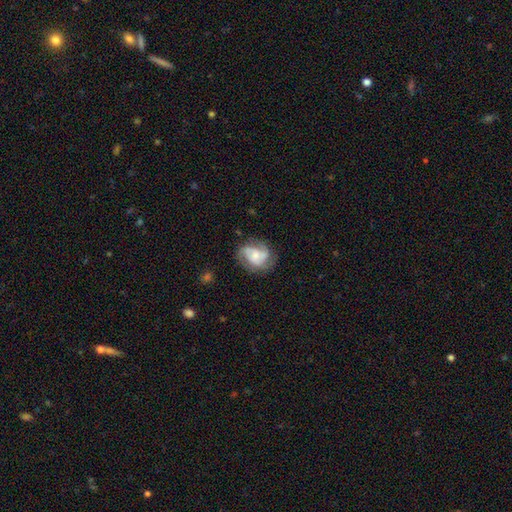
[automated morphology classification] A featured or disk galaxy (68%) with no bar (65%), 3 (40%) medium (47%) spiral arms (91%) and a small central bulge (44%). Merging: none (68%).